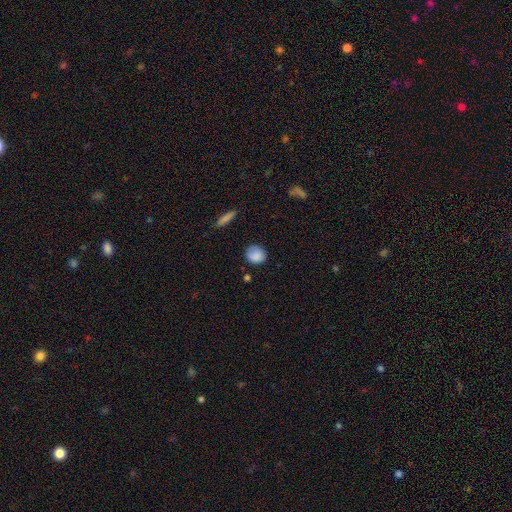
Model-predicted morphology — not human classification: This is clearly a smooth galaxy (86%). How rounded: clearly round (81%). Merging: likely none (76%).